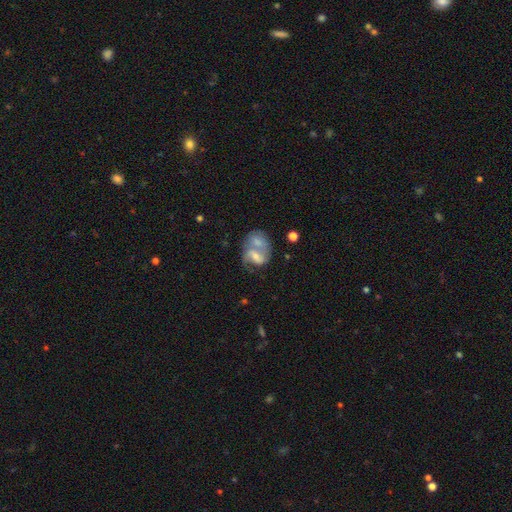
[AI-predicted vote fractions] This appears to be a featured or disk galaxy (56%) with no bar (45%), spiral arms (67%) and a moderate central bulge (48%). Merging: merger (67%).